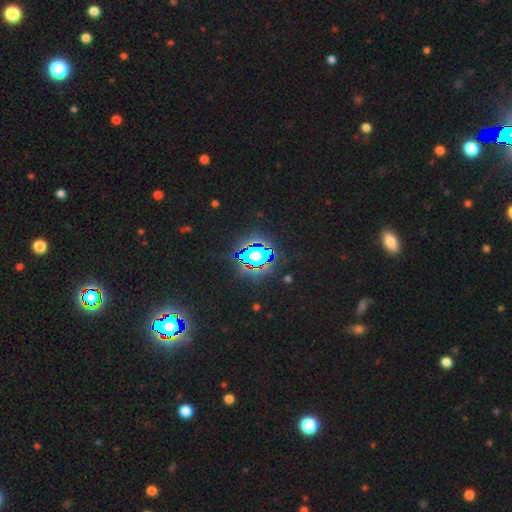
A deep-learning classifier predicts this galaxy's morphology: type=star or artifact (67%).